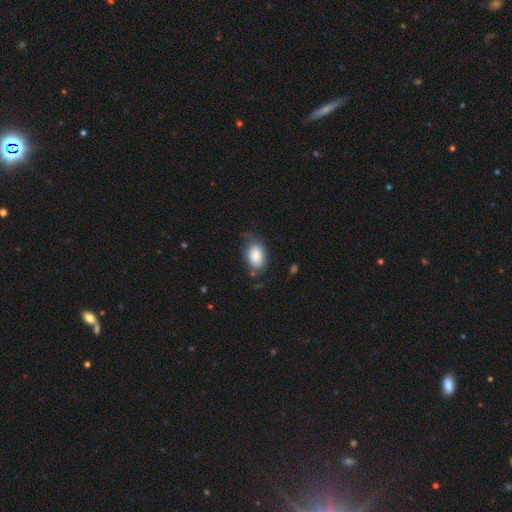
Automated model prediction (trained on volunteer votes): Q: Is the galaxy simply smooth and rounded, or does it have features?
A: smooth — 83%.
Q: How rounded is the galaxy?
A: in between — 90%.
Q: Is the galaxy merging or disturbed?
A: none — 62%.